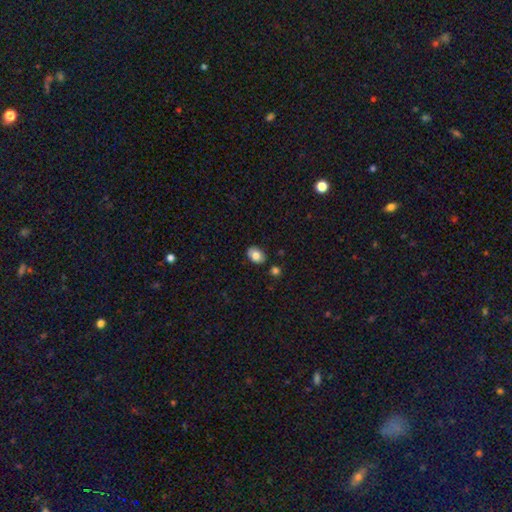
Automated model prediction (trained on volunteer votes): Morphology: type=smooth (80%); roundness=in between (82%); merging=none (84%).